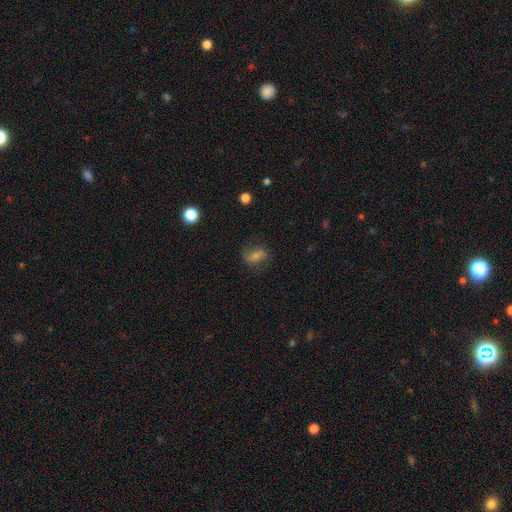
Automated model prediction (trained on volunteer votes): Overall: smooth (53%; featured or disk 32%). How rounded: in between (65%; round 25%). Merging: none (72%).